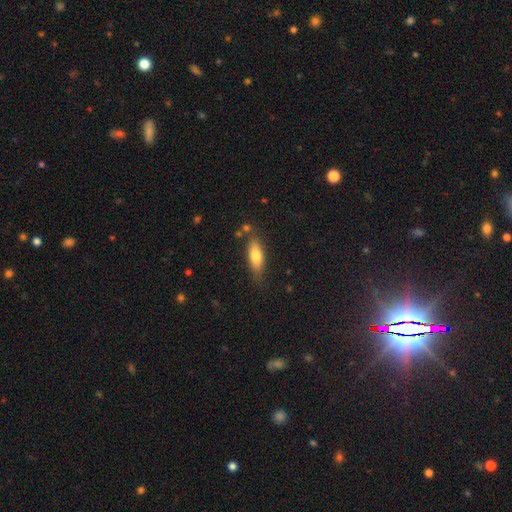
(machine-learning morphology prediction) A smooth galaxy with no disk features (71%) that is in between round and cigar-shaped (60%). Merging: none (73%).